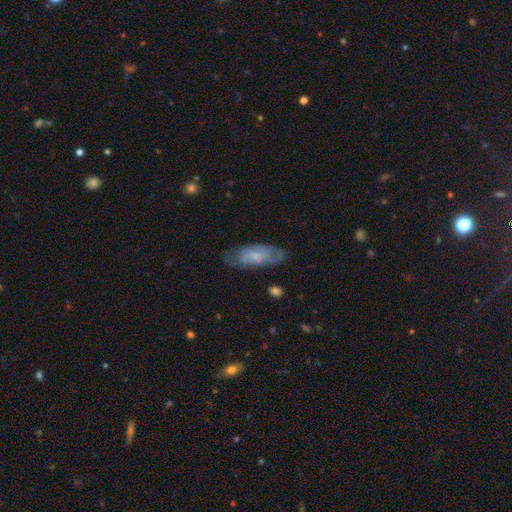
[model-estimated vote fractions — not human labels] A featured or disk galaxy (47%). Merging: none (71%).